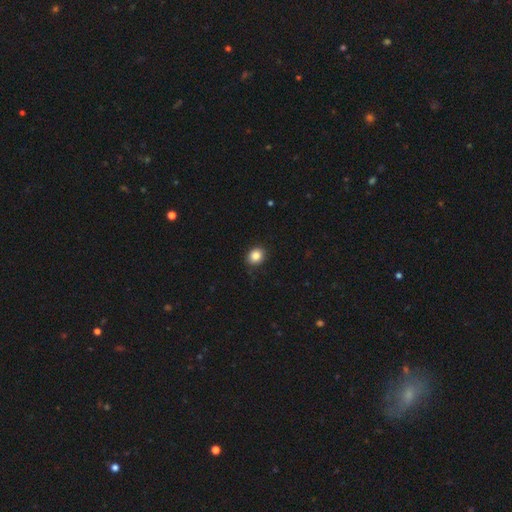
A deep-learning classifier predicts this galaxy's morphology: The model was most divided on "how rounded": round: 69%, in between: 30%, cigar-shaped: 1%. More confident: merging — none (87%); smooth or featured — smooth (86%).